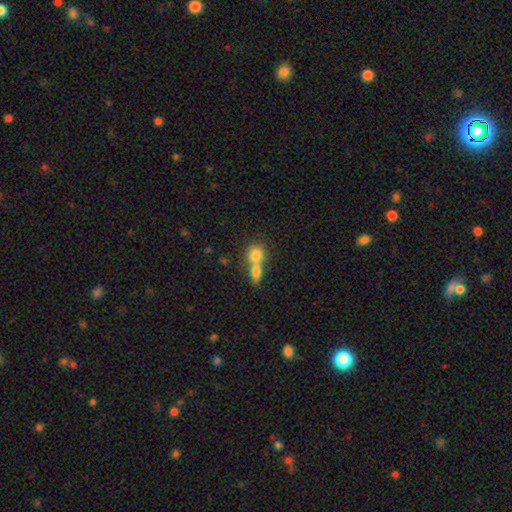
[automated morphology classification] This appears to be a smooth galaxy with no disk features (78%) that is round (63%). Merging: merger (65%).